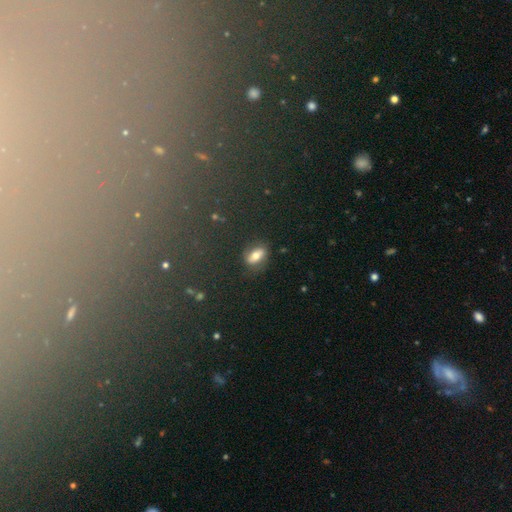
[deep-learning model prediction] Morphology: type=smooth (65%); roundness=in between (82%); merging=none (80%).